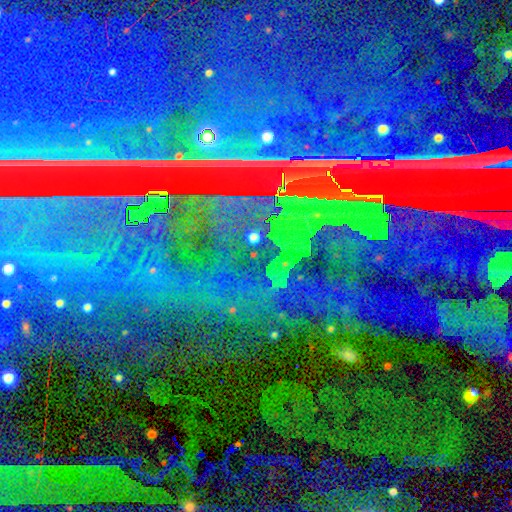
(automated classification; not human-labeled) Smooth or featured? star or artifact (81%)